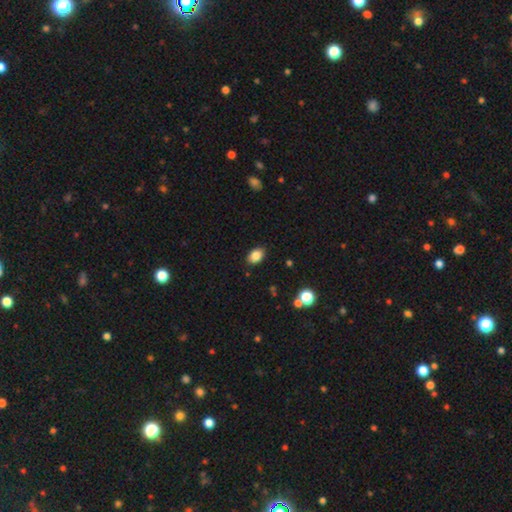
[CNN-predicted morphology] type=smooth (84%); roundness=in between (82%); merging=none (88%).